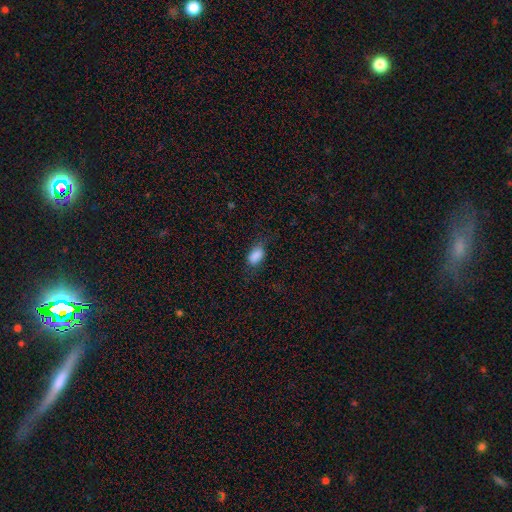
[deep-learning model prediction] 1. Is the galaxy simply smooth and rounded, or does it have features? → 85% smooth, 8% star or artifact, 6% featured or disk.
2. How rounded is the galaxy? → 90% in between, 7% round, 3% cigar-shaped.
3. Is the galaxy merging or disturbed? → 67% none, 22% minor disturbance, 10% major disturbance, 1% merger.